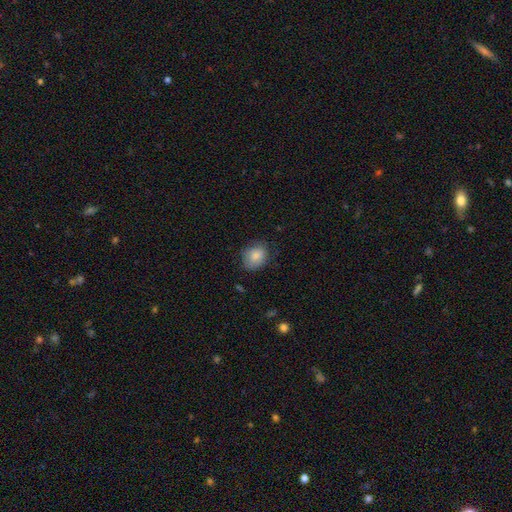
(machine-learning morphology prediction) This appears to be a smooth galaxy with no disk features (85%) that is round (52%). Merging: none (71%).